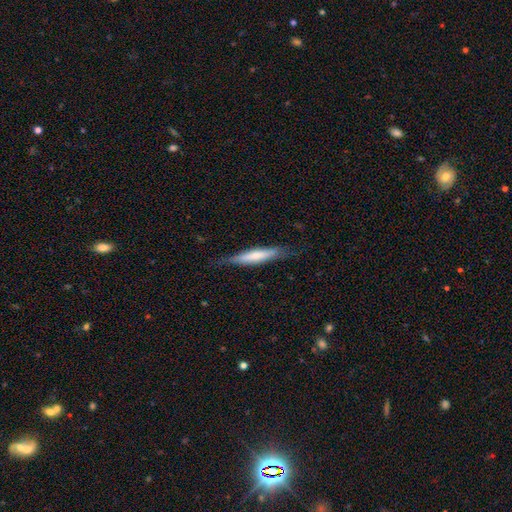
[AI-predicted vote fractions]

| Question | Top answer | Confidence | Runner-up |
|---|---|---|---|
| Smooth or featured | smooth | 58% | featured or disk (37%) |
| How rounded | cigar-shaped | 89% | in between (9%) |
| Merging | none | 78% | minor disturbance (17%) |